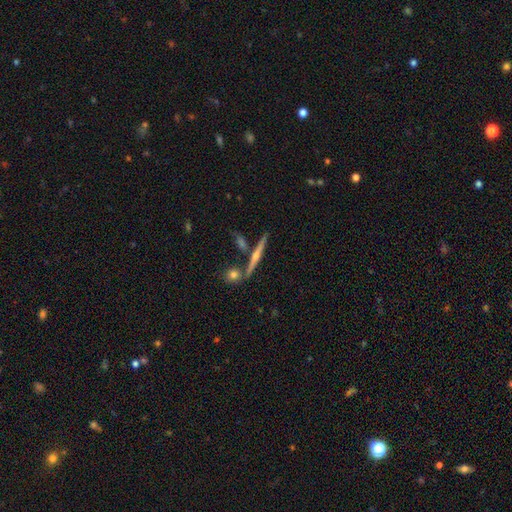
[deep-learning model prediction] Smooth or featured? Predicted: featured or disk (p=0.78). Edge-on disk? Predicted: yes (p=0.97). Edge-on bulge? Predicted: rounded (p=0.82). Merging? Predicted: none (p=0.80).